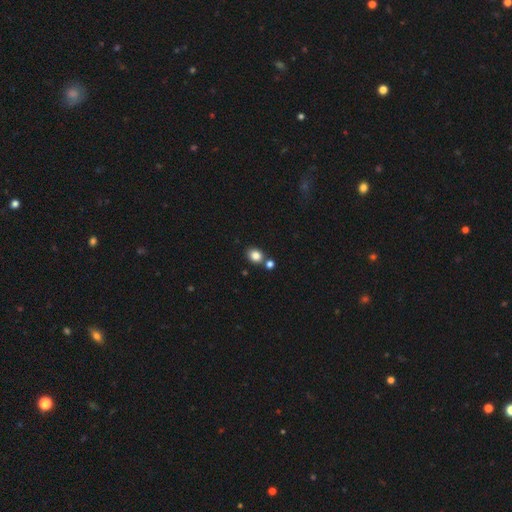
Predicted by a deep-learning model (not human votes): Smooth or featured? smooth (83%)
How rounded? round (54%)
Merging? none (70%)